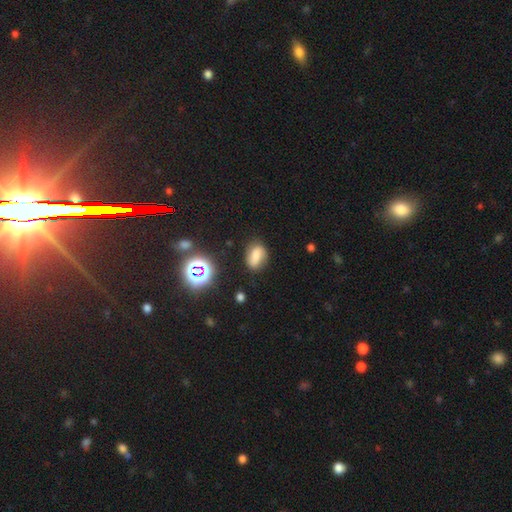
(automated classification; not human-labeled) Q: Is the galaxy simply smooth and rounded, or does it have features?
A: smooth — 61%.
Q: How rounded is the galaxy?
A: in between — 81%.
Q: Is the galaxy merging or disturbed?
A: none — 74%.